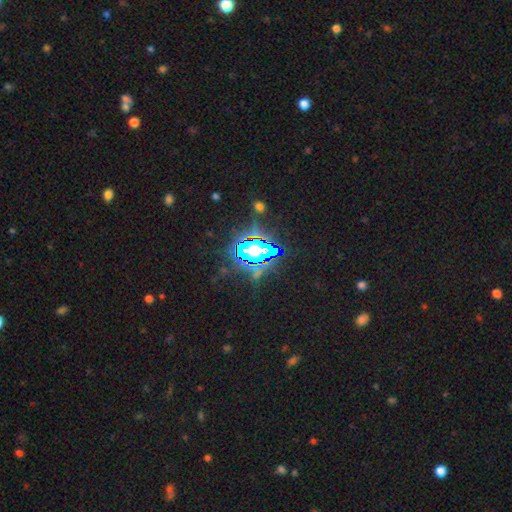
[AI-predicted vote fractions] Smooth or featured? Predicted: star or artifact (p=0.76).